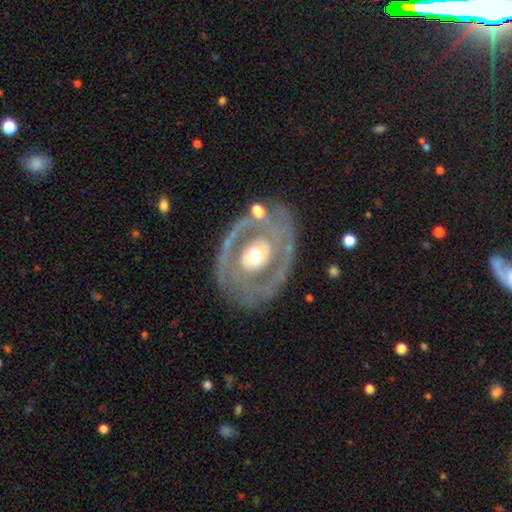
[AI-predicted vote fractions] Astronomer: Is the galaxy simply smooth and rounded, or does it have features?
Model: featured or disk — 76%.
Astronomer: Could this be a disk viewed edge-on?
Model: no — 95%.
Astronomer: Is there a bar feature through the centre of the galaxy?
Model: no — 67%.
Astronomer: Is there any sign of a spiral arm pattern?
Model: yes — 51% (runner-up: no, 49%).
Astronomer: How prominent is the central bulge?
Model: moderate — 67%.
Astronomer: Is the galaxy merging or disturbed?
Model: none — 65%.